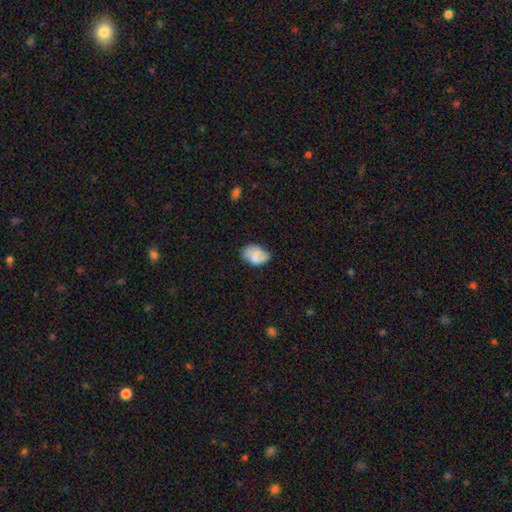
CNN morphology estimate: A smooth galaxy with no disk features (75%) that is in between round and cigar-shaped (85%). Merging: none (62%).